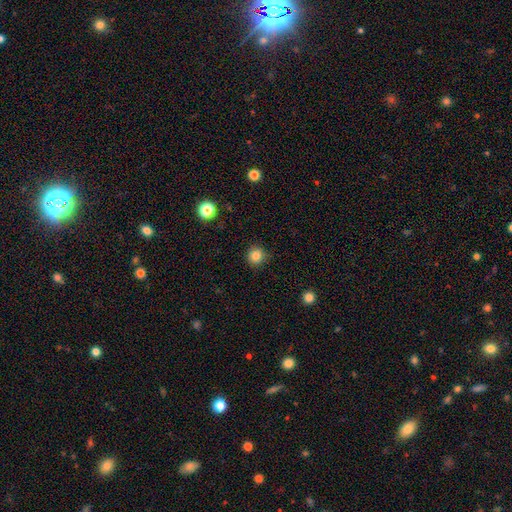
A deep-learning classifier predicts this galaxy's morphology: This appears to be a smooth galaxy with no disk features (83%) that is round (93%). Merging: none (88%).